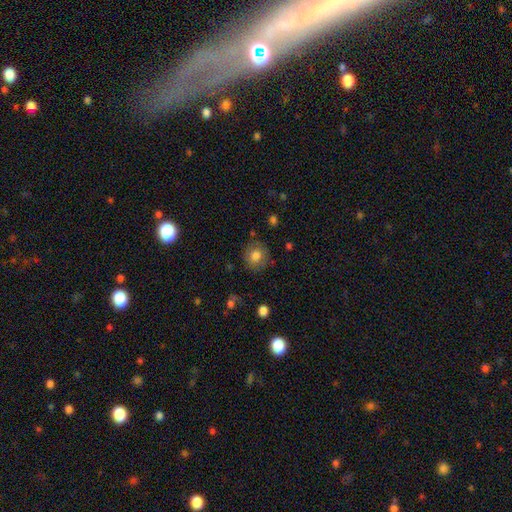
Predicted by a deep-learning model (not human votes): Smooth or featured?
  - smooth: 79% *
  - featured or disk: 11%
  - star or artifact: 10%
How rounded?
  - round: 89% *
  - in between: 10%
  - cigar-shaped: 1%
Merging?
  - none: 85% *
  - minor disturbance: 10%
  - major disturbance: 3%
  - merger: 2%